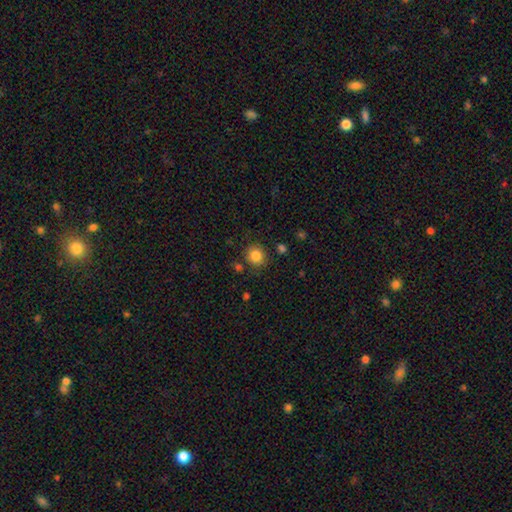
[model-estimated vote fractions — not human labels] Smooth or featured: smooth — 84% (star or artifact — 11%)
How rounded: round — 88% (in between — 11%)
Merging: none — 84% (minor disturbance — 9%)